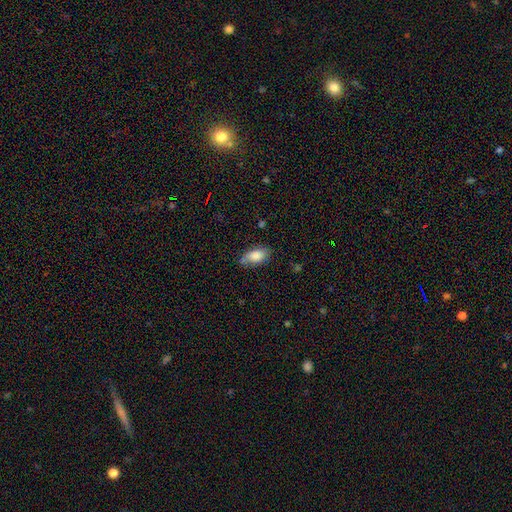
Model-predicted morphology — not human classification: type=smooth (79%); roundness=in between (91%); merging=none (66%).